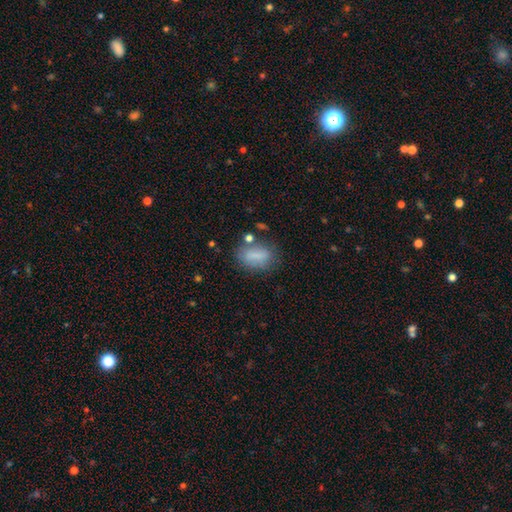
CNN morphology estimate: smooth-or-featured: smooth: 75% | featured or disk: 15% | star or artifact: 10%
  how-rounded: in between: 76% | round: 15% | cigar-shaped: 9%
  merging: none: 64% | minor disturbance: 20% | major disturbance: 9% | merger: 8%